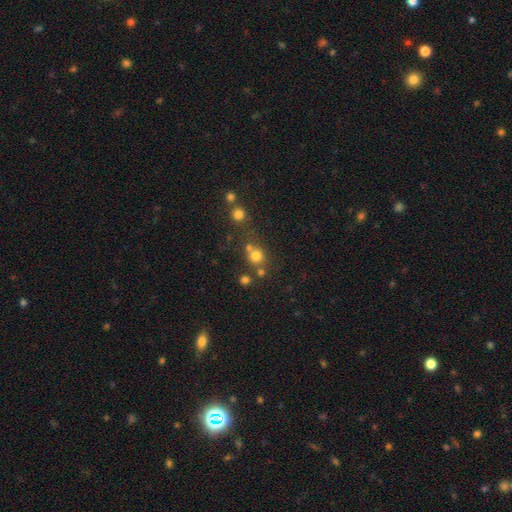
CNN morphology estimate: Overall: smooth (74%). How rounded: round (86%). Merging: none (60%; merger 26%).